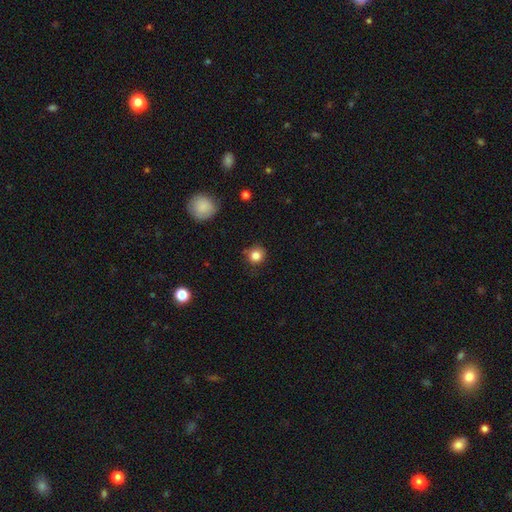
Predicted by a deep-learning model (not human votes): Smooth or featured?
  - smooth: 83% *
  - star or artifact: 12%
  - featured or disk: 5%
How rounded?
  - round: 90% *
  - in between: 9%
  - cigar-shaped: 1%
Merging?
  - none: 81% *
  - minor disturbance: 14%
  - major disturbance: 3%
  - merger: 2%